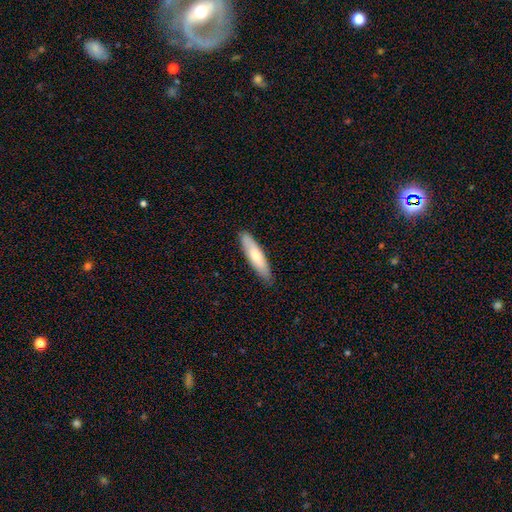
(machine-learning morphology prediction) Overall: smooth (69%). How rounded: cigar-shaped (78%). Merging: none (86%).